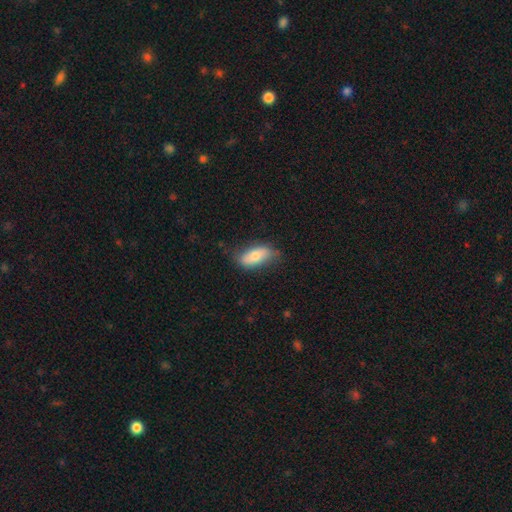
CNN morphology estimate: Smooth or featured? smooth (71%)
How rounded? in between (85%)
Merging? none (68%)